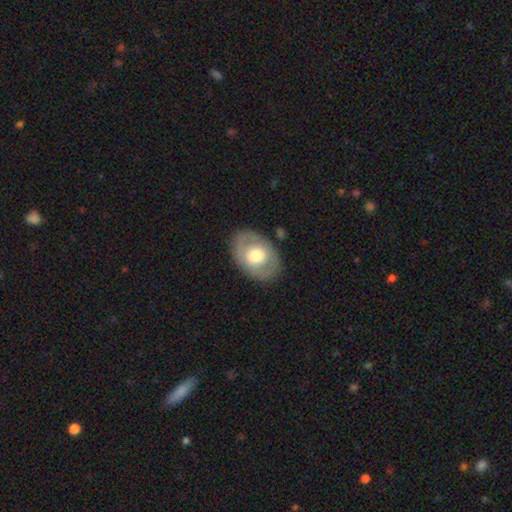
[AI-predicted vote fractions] smooth_or_featured: smooth (p=0.53) [alt: featured or disk p=0.42]
how_rounded: in between (p=0.75) [alt: round p=0.24]
merging: none (p=0.82) [alt: minor disturbance p=0.12]